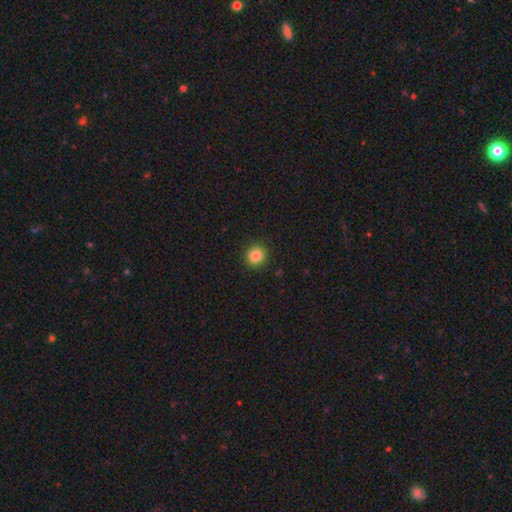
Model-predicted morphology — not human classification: Smooth or featured? smooth (86%)
How rounded? round (90%)
Merging? none (92%)